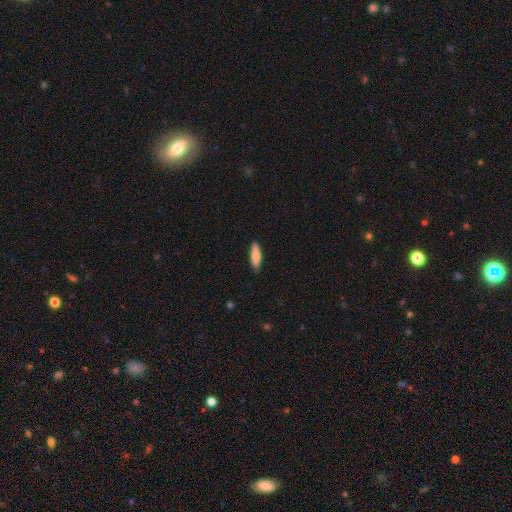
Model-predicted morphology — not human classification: type=smooth (80%); roundness=cigar-shaped (65%); merging=none (88%).